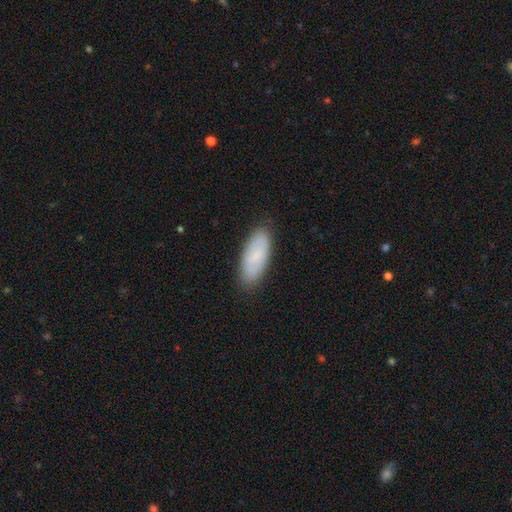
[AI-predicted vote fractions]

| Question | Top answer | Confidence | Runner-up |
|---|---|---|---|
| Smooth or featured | smooth | 74% | featured or disk (19%) |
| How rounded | in between | 78% | cigar-shaped (20%) |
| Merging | none | 86% | minor disturbance (10%) |